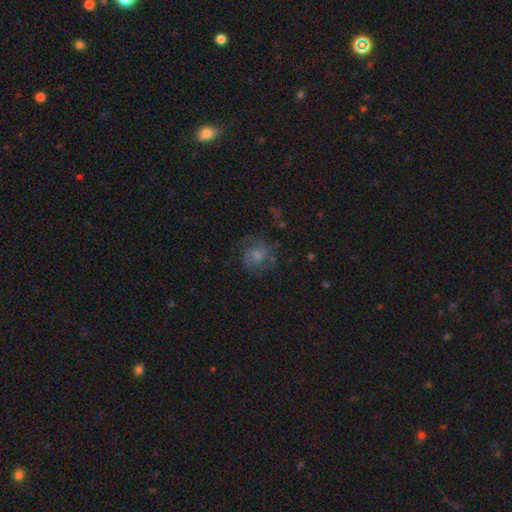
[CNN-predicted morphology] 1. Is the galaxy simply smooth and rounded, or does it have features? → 52% featured or disk, 30% smooth, 18% star or artifact.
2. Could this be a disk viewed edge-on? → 97% no, 3% yes.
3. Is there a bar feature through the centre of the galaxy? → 71% no, 25% weak, 4% strong.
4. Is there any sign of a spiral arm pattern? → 85% yes, 15% no.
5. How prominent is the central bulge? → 47% moderate, 30% small, 11% large, 10% none, 2% dominant.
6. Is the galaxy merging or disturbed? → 74% none, 15% minor disturbance, 9% major disturbance, 1% merger.